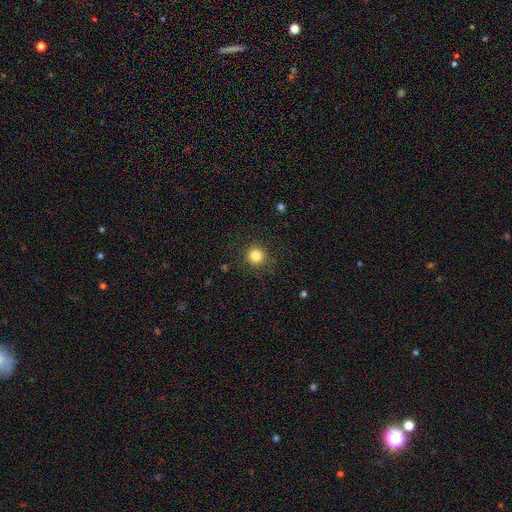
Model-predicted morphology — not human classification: smooth 84%, star or artifact 11%, featured or disk 5%. Down the decision tree: how rounded — round (94%); merging — none (90%).